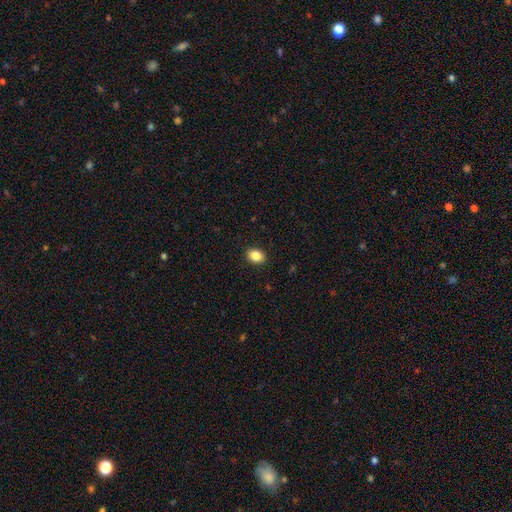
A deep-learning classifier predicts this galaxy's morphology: Smooth or featured: smooth — 87% (star or artifact — 9%)
How rounded: in between — 71% (round — 28%)
Merging: none — 90% (minor disturbance — 7%)